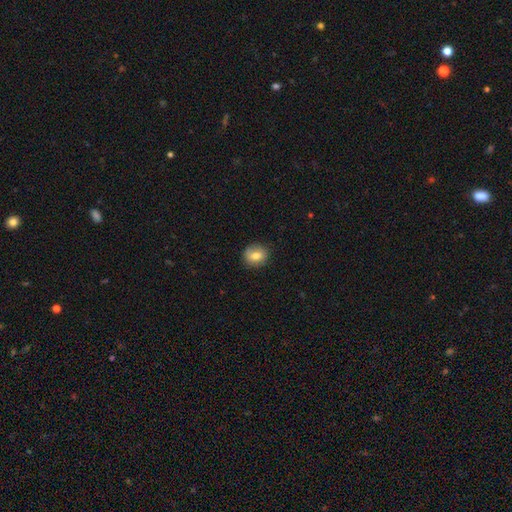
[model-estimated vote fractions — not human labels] smooth-or-featured: smooth: 77% | featured or disk: 14% | star or artifact: 9%
  how-rounded: round: 72% | in between: 27% | cigar-shaped: 1%
  merging: none: 78% | minor disturbance: 17% | major disturbance: 4% | merger: 1%